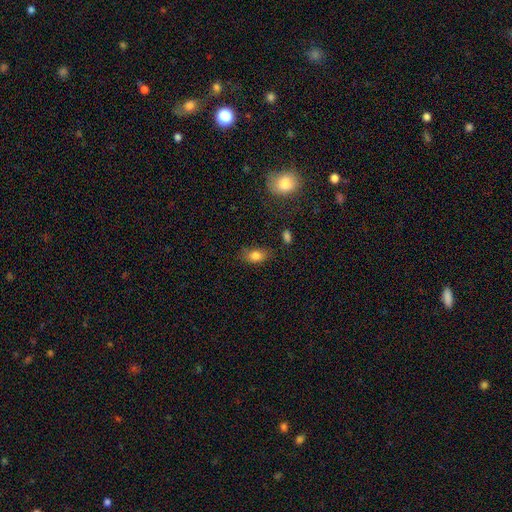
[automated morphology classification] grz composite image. It shows a smooth galaxy with no disk features (81%) that is in between round and cigar-shaped (84%). Merging: none (74%).